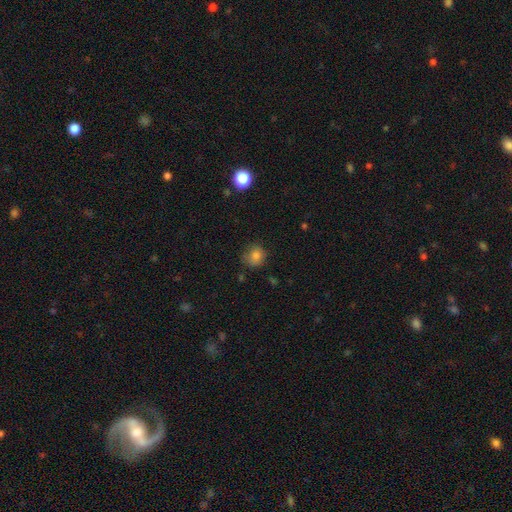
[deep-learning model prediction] This appears to be a smooth galaxy with no disk features (81%) that is round (81%). Merging: none (71%).